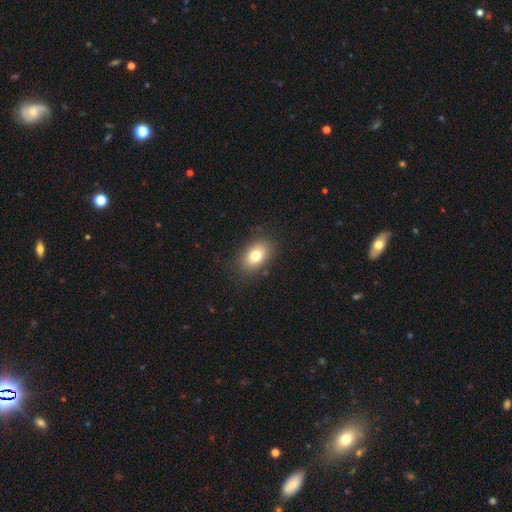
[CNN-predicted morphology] Q: Smooth or featured?
A: smooth (78%); runner-up: featured or disk (12%)
Q: How rounded?
A: in between (83%); runner-up: round (15%)
Q: Merging?
A: none (85%); runner-up: minor disturbance (10%)